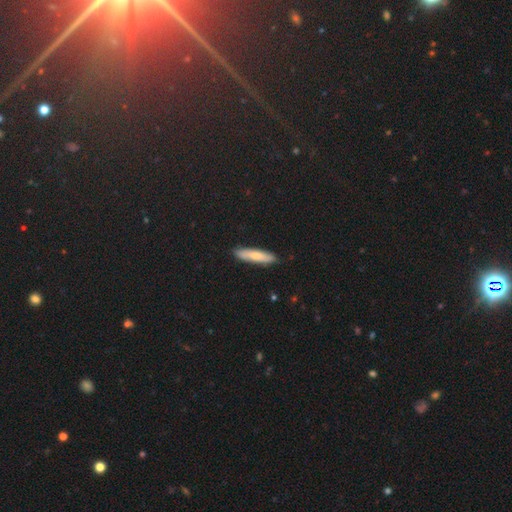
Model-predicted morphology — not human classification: smooth 72%, featured or disk 22%, star or artifact 5%. Down the decision tree: how rounded — cigar-shaped (80%); merging — none (87%).